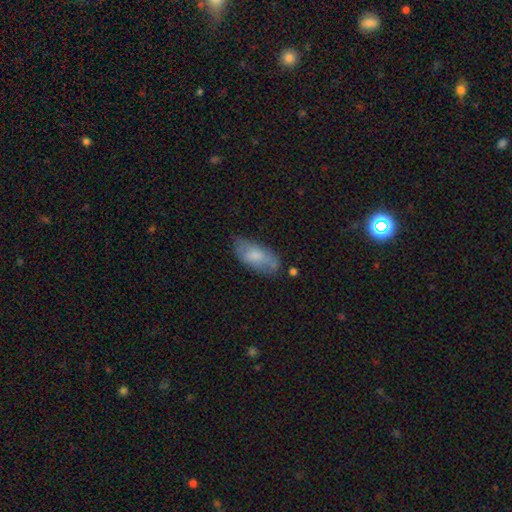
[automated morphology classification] Smooth or featured?
  - smooth: 71% *
  - featured or disk: 23%
  - star or artifact: 7%
How rounded?
  - in between: 89% *
  - cigar-shaped: 9%
  - round: 2%
Merging?
  - none: 64% *
  - minor disturbance: 26%
  - major disturbance: 7%
  - merger: 3%